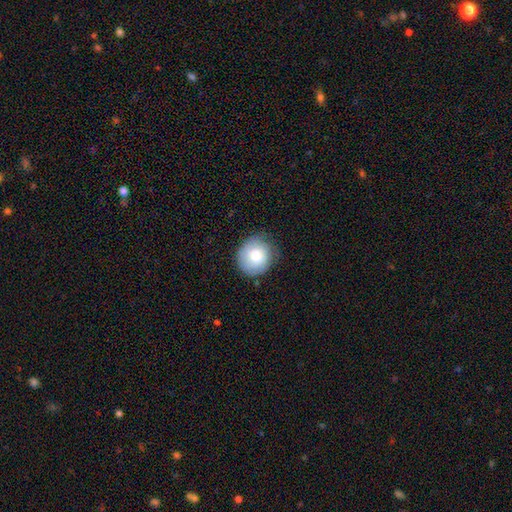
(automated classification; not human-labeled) Smooth or featured?
  - smooth: 74% *
  - featured or disk: 19%
  - star or artifact: 7%
How rounded?
  - round: 87% *
  - in between: 12%
  - cigar-shaped: 1%
Merging?
  - none: 75% *
  - minor disturbance: 19%
  - major disturbance: 4%
  - merger: 1%